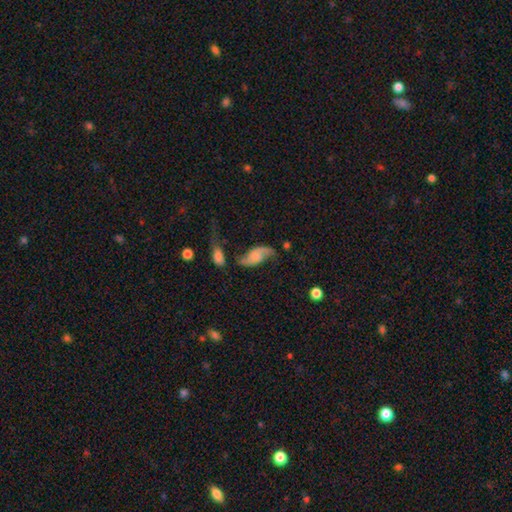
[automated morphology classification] Smooth or featured? featured or disk (74%)
Edge-on disk? no (94%)
Bar? no (61%)
Spiral arms? yes (93%)
Spiral winding? loose (84%)
Spiral arm count? 2 (91%)
Bulge size? none (54%)
Merging? none (47%)